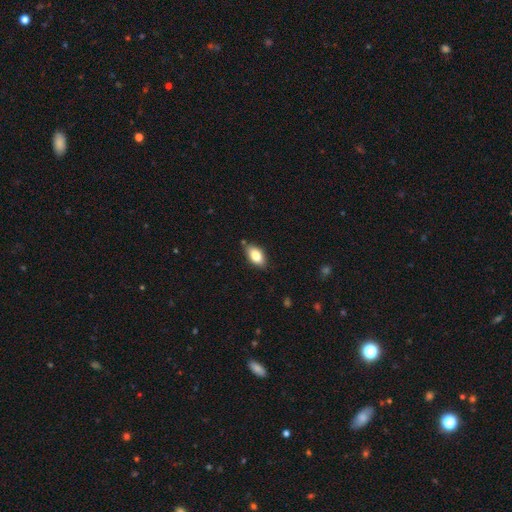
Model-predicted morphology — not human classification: Smooth or featured? smooth (80%)
How rounded? in between (91%)
Merging? none (82%)